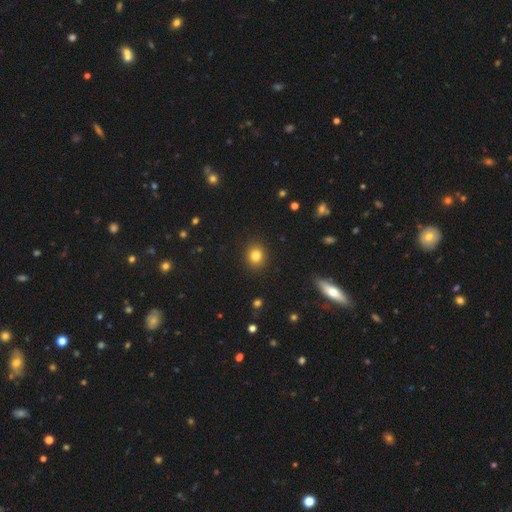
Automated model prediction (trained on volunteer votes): smooth_or_featured: smooth (p=0.82) [alt: star or artifact p=0.12]
how_rounded: round (p=0.75) [alt: in between p=0.24]
merging: none (p=0.91) [alt: minor disturbance p=0.06]